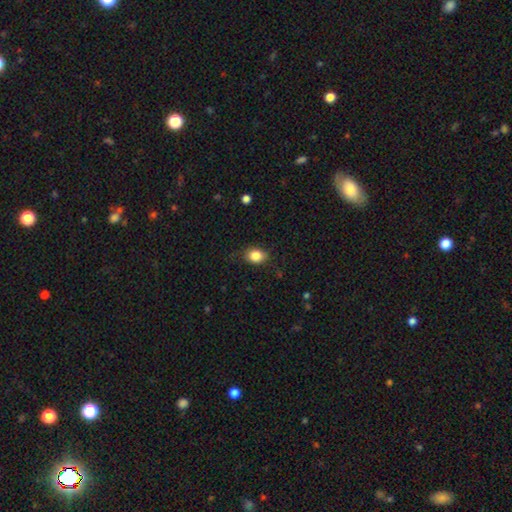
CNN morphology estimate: Smooth or featured? smooth (85%)
How rounded? in between (57%)
Merging? none (81%)